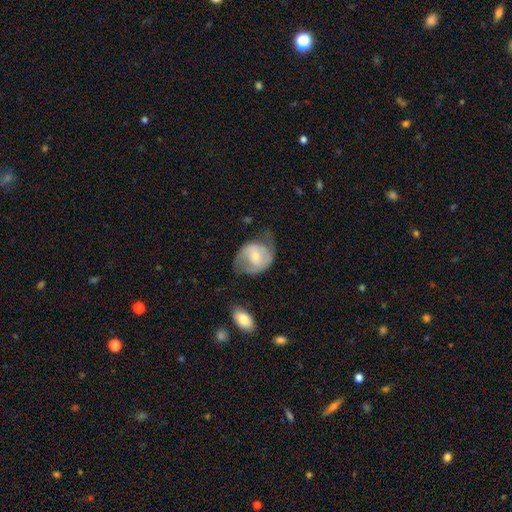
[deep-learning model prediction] Morphology: type=featured or disk (54%); edge-on=no (96%); bar=no (53%); spiral arms=yes (70%); bulge=small (43%, tied with moderate); merging=none (38%).